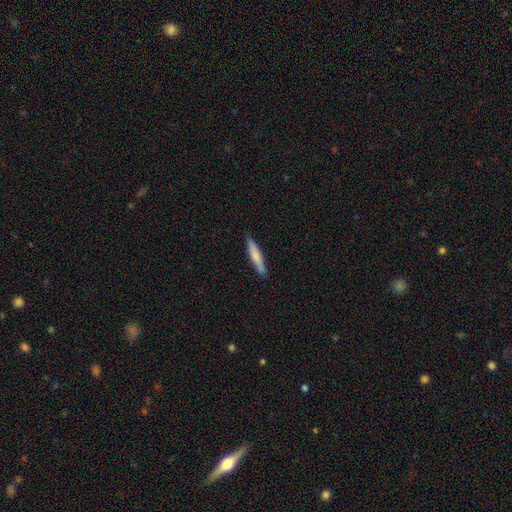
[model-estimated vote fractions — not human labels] This is likely a smooth galaxy (73%). How rounded: clearly cigar-shaped (92%). Merging: clearly none (89%).